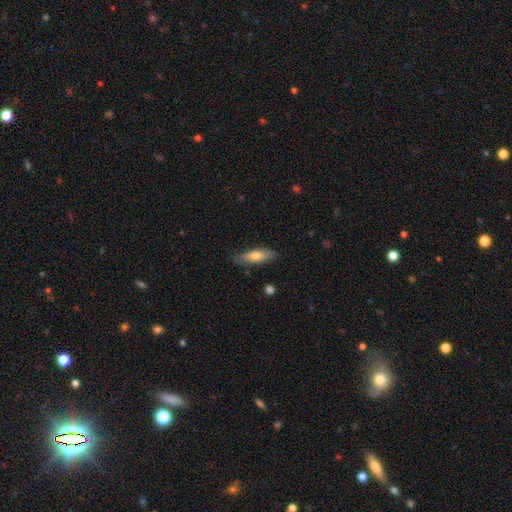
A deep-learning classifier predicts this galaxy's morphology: Smooth or featured? smooth (62%)
How rounded? cigar-shaped (52%)
Merging? none (73%)